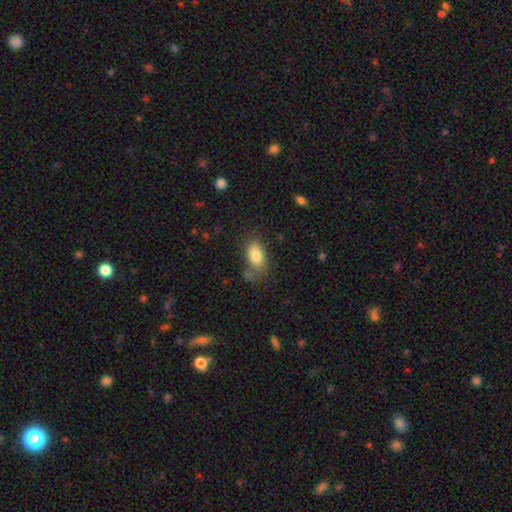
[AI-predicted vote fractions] This appears to be a smooth galaxy with no disk features (80%) that is in between round and cigar-shaped (91%). Merging: none (63%).